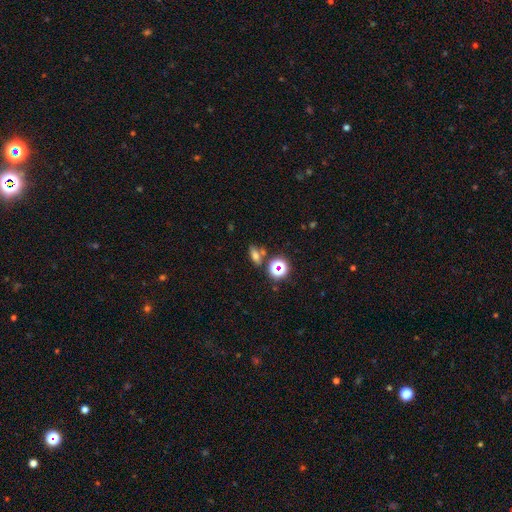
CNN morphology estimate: This is likely a smooth galaxy (61%). How rounded: likely in between (71%). Merging: likely none (70%).